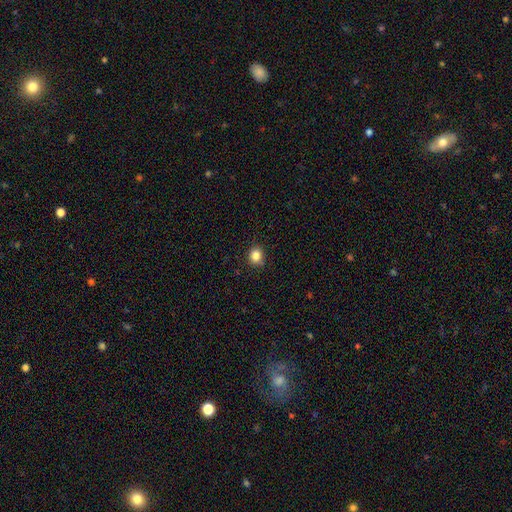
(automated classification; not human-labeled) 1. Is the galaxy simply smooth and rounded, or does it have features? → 85% smooth, 11% star or artifact, 4% featured or disk.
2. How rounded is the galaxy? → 78% round, 21% in between, 1% cigar-shaped.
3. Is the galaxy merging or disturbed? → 88% none, 9% minor disturbance, 2% major disturbance, 1% merger.